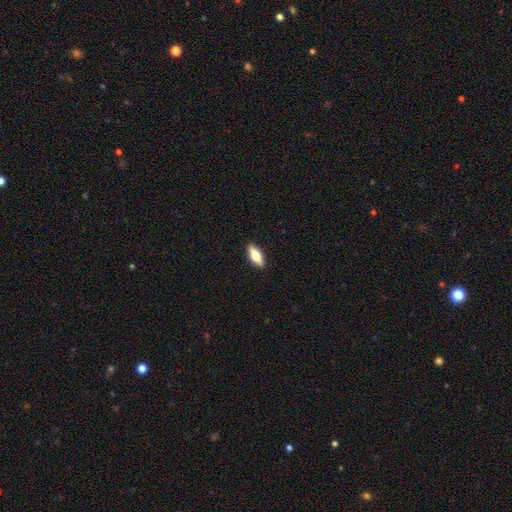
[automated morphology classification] A smooth galaxy with no disk features (58%) that is in between round and cigar-shaped (66%). Merging: none (90%).